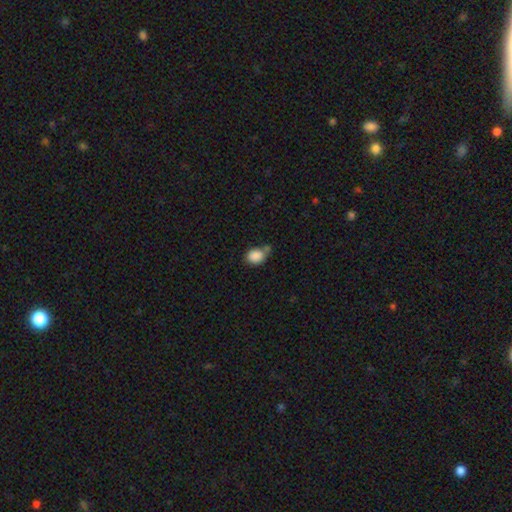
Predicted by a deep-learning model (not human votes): Smooth or featured: smooth — 88% (star or artifact — 8%)
How rounded: in between — 53% (round — 46%)
Merging: none — 54% (minor disturbance — 23%)